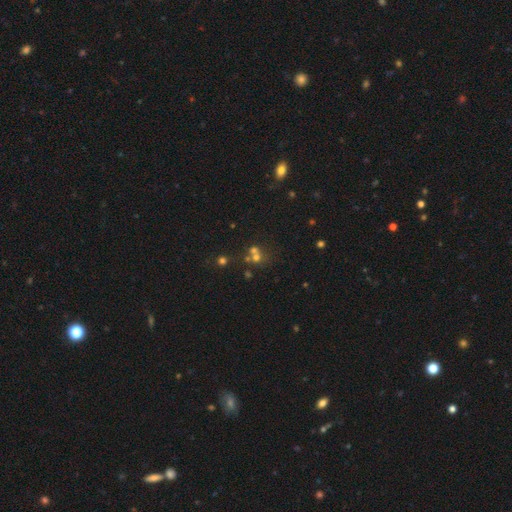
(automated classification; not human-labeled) Smooth or featured: smooth — 49% (star or artifact — 32%)
Merging: none — 46% (merger — 42%)